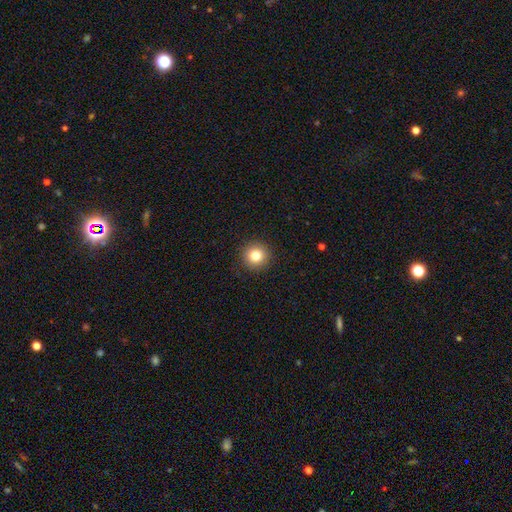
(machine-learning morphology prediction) Smooth or featured? smooth (81%)
How rounded? round (95%)
Merging? none (93%)